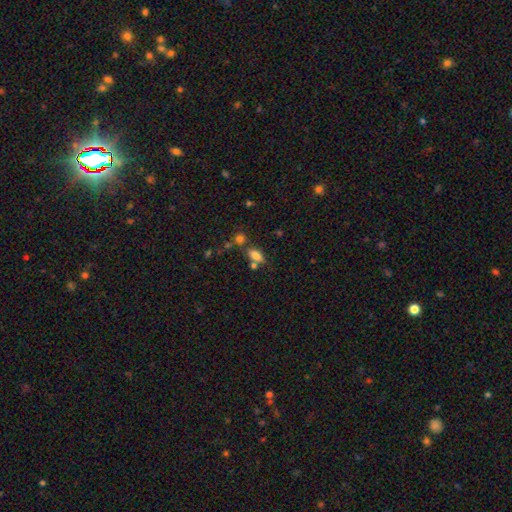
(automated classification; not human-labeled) smooth 79%, star or artifact 12%, featured or disk 9%. Down the decision tree: how rounded — in between (87%); merging — none (60%).